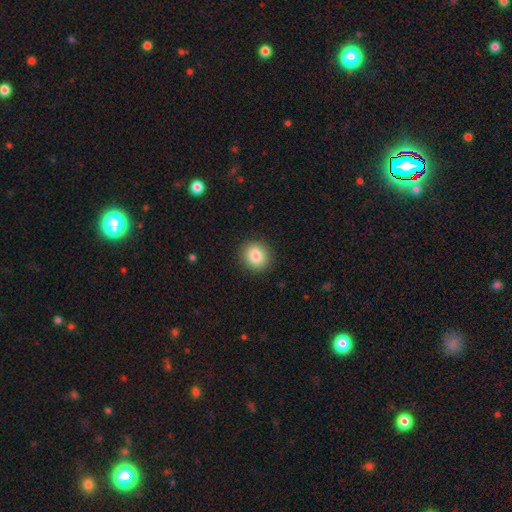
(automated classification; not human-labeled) Q: Smooth or featured?
A: smooth (85%); runner-up: star or artifact (9%)
Q: How rounded?
A: round (82%); runner-up: in between (17%)
Q: Merging?
A: none (91%); runner-up: minor disturbance (6%)